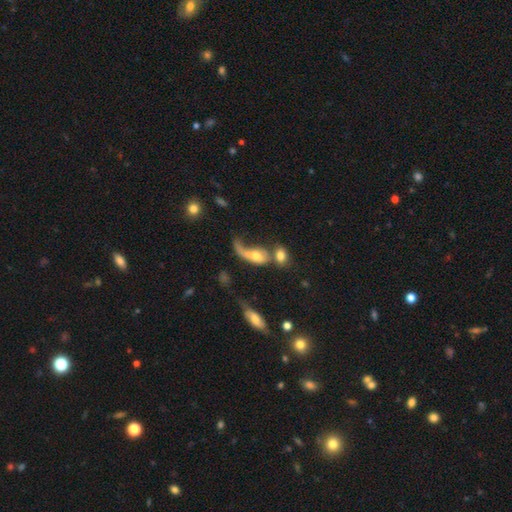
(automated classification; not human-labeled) smooth 50%, featured or disk 39%, star or artifact 11%. Down the decision tree: merging — merger (41%).